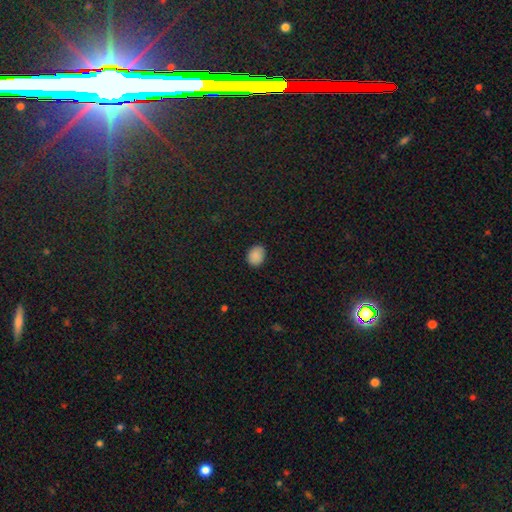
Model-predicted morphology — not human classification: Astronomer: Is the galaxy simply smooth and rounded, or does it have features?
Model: smooth — 88%.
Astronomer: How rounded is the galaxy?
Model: in between — 58% (runner-up: round, 41%).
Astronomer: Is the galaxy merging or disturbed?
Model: none — 87%.